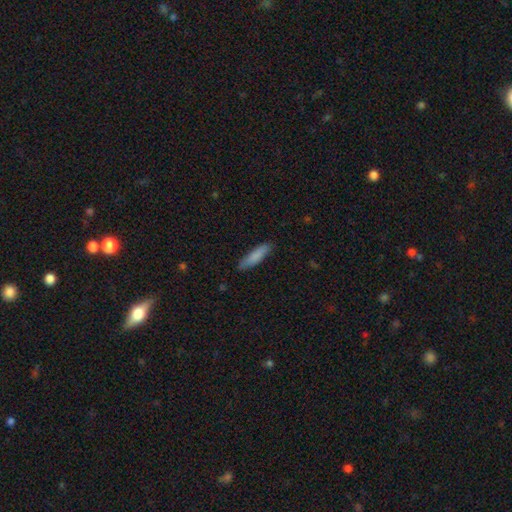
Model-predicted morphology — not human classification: A smooth galaxy with no disk features (84%) that is cigar-shaped (71%).

Vote fractions:
- Smooth or featured? smooth: 84% / featured or disk: 10% / star or artifact: 6%
- How rounded? cigar-shaped: 71% / in between: 28% / round: 1%
- Merging? none: 85% / minor disturbance: 12% / major disturbance: 2% / merger: 1%